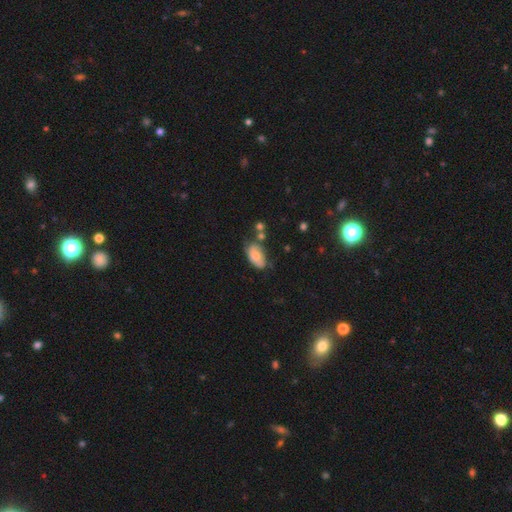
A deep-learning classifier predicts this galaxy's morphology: smooth 75%, featured or disk 17%, star or artifact 7%. Down the decision tree: how rounded — in between (93%); merging — none (51%).